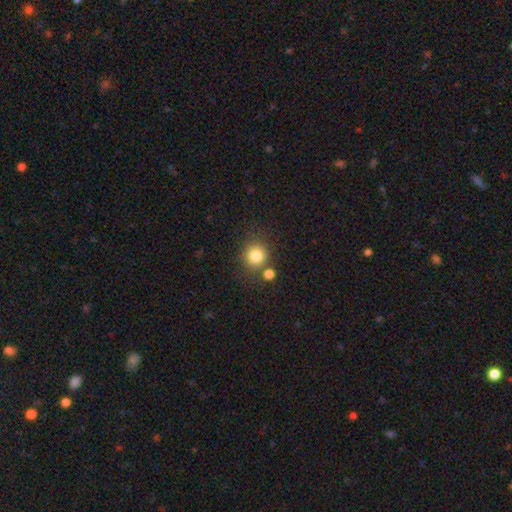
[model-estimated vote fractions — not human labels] smooth_or_featured: smooth (p=0.81) [alt: star or artifact p=0.12]
how_rounded: round (p=0.91) [alt: in between p=0.08]
merging: none (p=0.76) [alt: merger p=0.12]